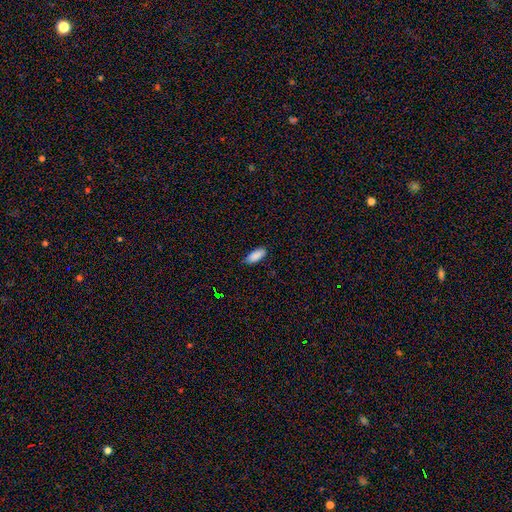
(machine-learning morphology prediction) Overall: smooth (89%). How rounded: in between (84%). Merging: none (83%).